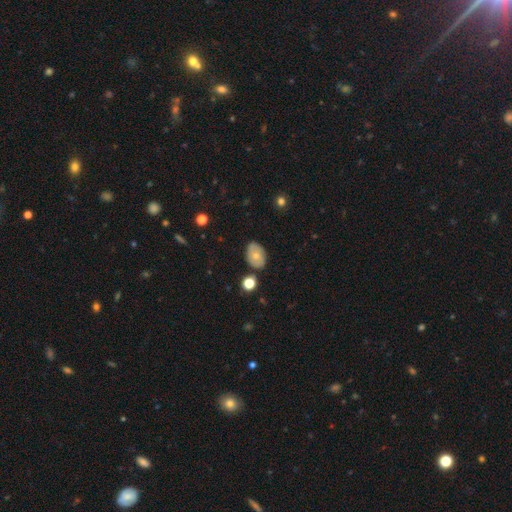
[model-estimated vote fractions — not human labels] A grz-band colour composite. It shows a smooth galaxy with no disk features (67%) that is in between round and cigar-shaped (82%). Merging: none (78%).